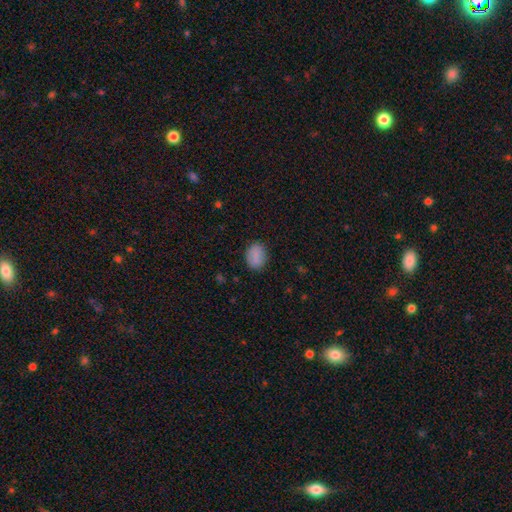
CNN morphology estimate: Overall: smooth (86%). How rounded: in between (71%). Merging: none (85%).